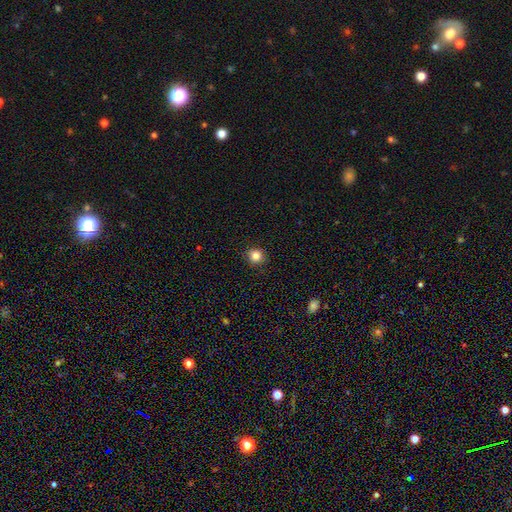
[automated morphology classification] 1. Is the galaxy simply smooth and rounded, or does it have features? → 83% smooth, 12% star or artifact, 5% featured or disk.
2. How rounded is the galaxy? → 92% round, 7% in between, 1% cigar-shaped.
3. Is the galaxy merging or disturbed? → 91% none, 6% minor disturbance, 2% major disturbance, 1% merger.